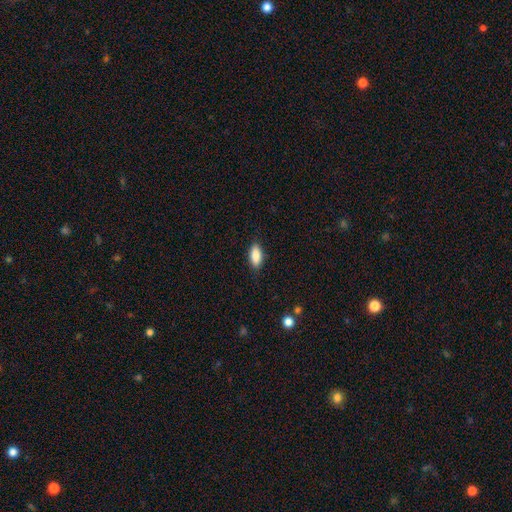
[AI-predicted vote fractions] Morphology: type=smooth (86%); roundness=in between (83%); merging=none (86%).